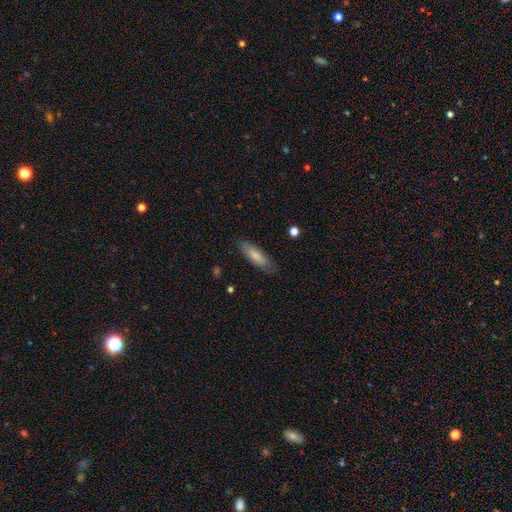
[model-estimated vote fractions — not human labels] smooth-or-featured: smooth: 77% | featured or disk: 17% | star or artifact: 6%
  how-rounded: cigar-shaped: 50% | in between: 49% | round: 2%
  merging: none: 81% | minor disturbance: 14% | major disturbance: 3% | merger: 1%